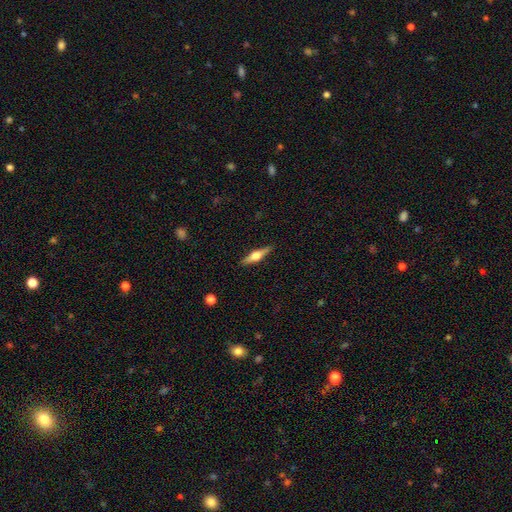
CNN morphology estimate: Smooth or featured: featured or disk — 64% (smooth — 31%)
Edge-on disk: yes — 97% (no — 3%)
Edge-on bulge: rounded — 93% (boxy — 5%)
Merging: none — 90% (minor disturbance — 8%)